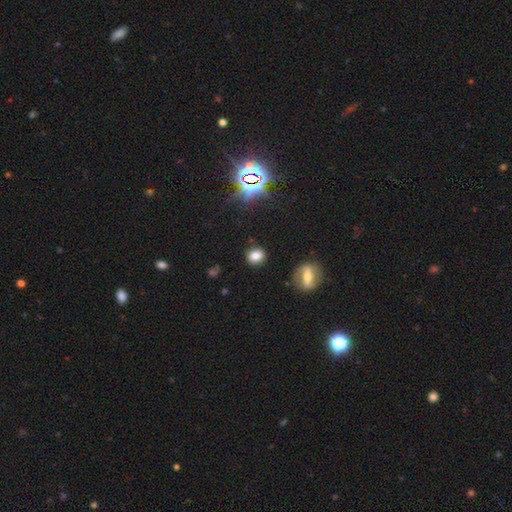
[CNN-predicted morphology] smooth_or_featured: smooth (p=0.74) [alt: star or artifact p=0.14]
how_rounded: round (p=0.65) [alt: in between p=0.34]
merging: none (p=0.85) [alt: minor disturbance p=0.10]